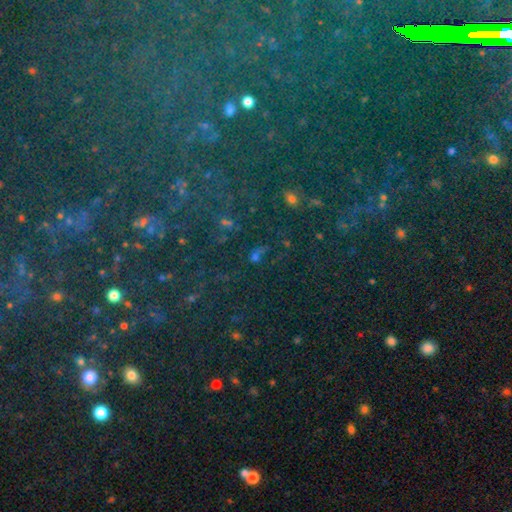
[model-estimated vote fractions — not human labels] A star or artifact, not a galaxy (80%).

Vote fractions:
- Smooth or featured? star or artifact: 80% / smooth: 12% / featured or disk: 8%